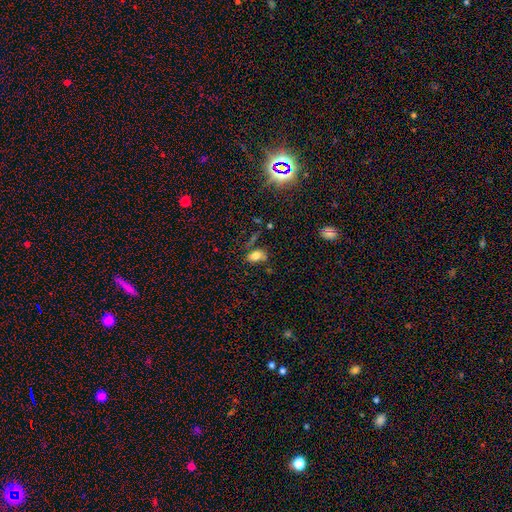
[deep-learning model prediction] This appears to be a smooth galaxy with no disk features (75%) that is in between round and cigar-shaped (87%). Merging: none (57%).